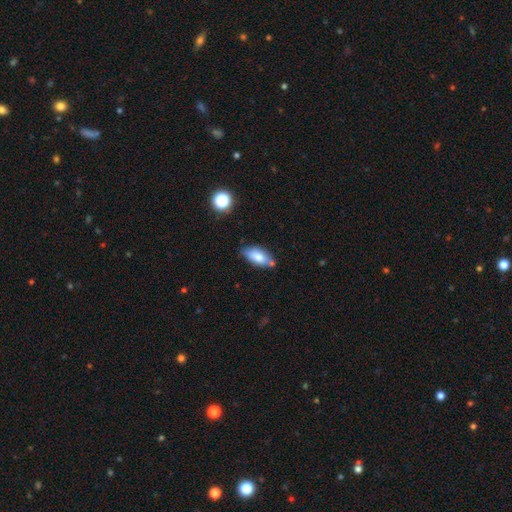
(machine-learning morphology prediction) Smooth or featured? smooth (74%)
How rounded? in between (84%)
Merging? none (71%)